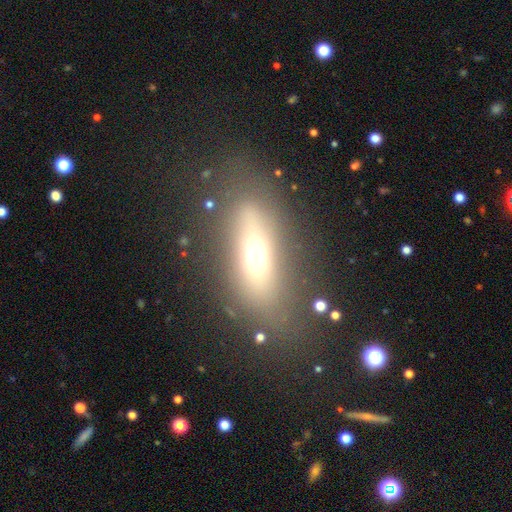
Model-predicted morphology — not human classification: smooth 53%, featured or disk 32%, star or artifact 15%. Down the decision tree: how rounded — in between (58%); merging — none (71%).